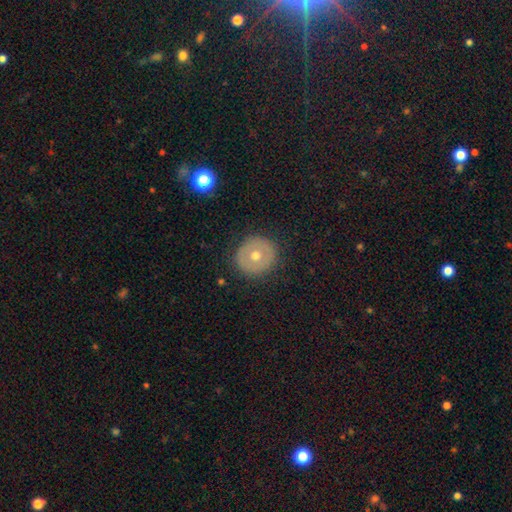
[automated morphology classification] A smooth galaxy with no disk features (52%) that is round (92%).

Vote fractions:
- Smooth or featured? smooth: 52% / featured or disk: 40% / star or artifact: 8%
- How rounded? round: 92% / in between: 7% / cigar-shaped: 1%
- Merging? none: 89% / minor disturbance: 7% / major disturbance: 2% / merger: 1%